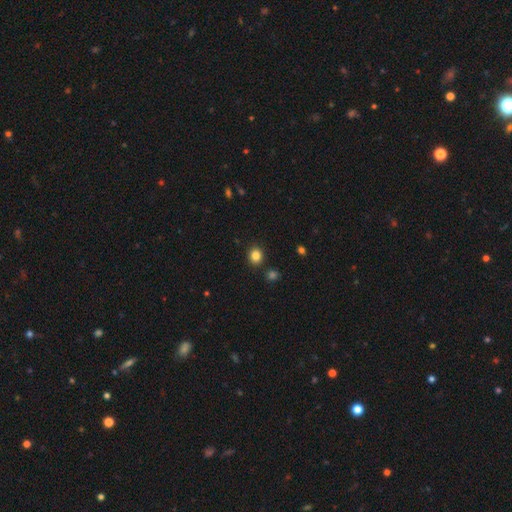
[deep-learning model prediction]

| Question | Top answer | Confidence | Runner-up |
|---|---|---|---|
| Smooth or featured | smooth | 84% | star or artifact (12%) |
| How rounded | round | 77% | in between (22%) |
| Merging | none | 88% | minor disturbance (7%) |